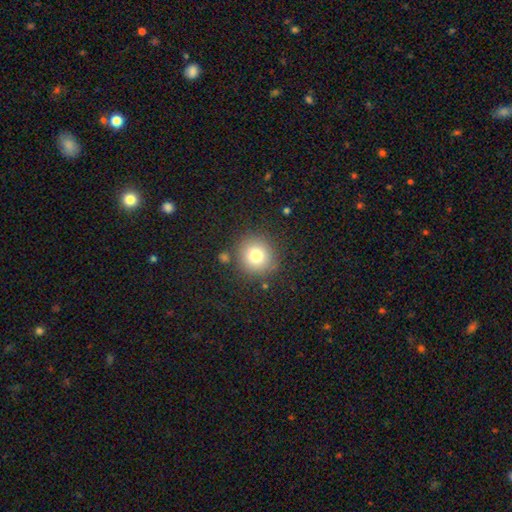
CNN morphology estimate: Smooth or featured?
  - smooth: 78% *
  - star or artifact: 13%
  - featured or disk: 10%
How rounded?
  - round: 91% *
  - in between: 8%
  - cigar-shaped: 1%
Merging?
  - none: 84% *
  - minor disturbance: 9%
  - merger: 4%
  - major disturbance: 3%